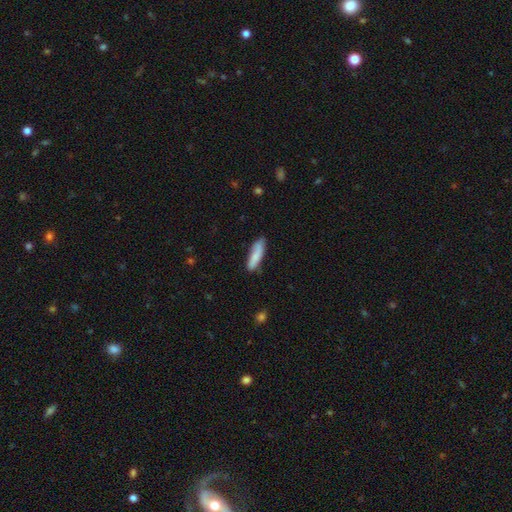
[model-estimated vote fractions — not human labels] The model was most divided on "how rounded": cigar-shaped: 65%, in between: 33%, round: 2%. More confident: smooth or featured — smooth (79%); merging — none (76%).